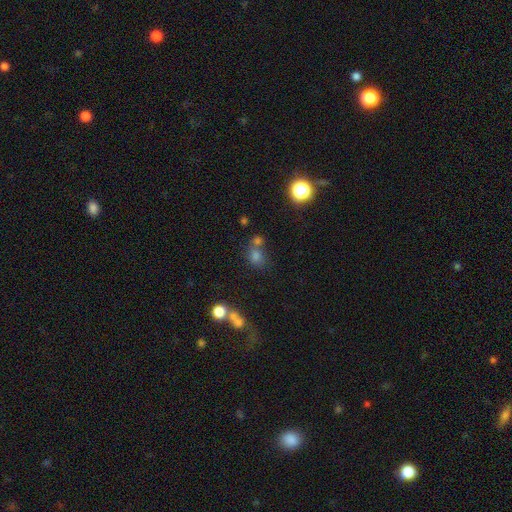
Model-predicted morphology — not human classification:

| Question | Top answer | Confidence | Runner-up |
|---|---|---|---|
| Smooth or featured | smooth | 68% | star or artifact (23%) |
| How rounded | round | 64% | in between (34%) |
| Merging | none | 49% | merger (34%) |